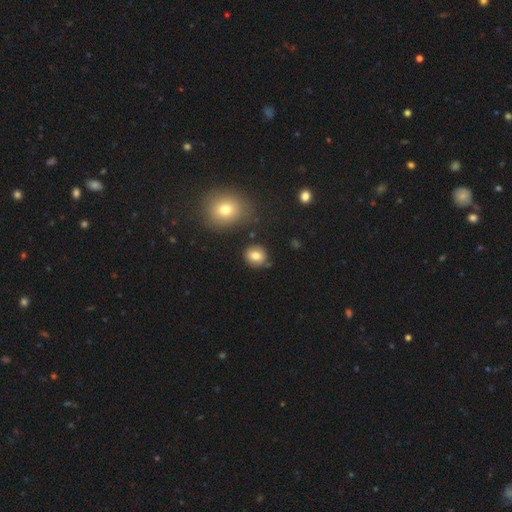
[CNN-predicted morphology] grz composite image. It shows a smooth galaxy with no disk features (80%) that is round (82%). Merging: none (85%).